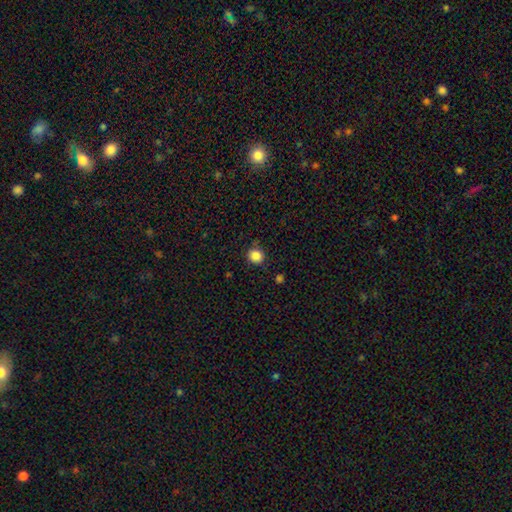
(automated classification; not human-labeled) smooth-or-featured: smooth: 86% | star or artifact: 11% | featured or disk: 3%
  how-rounded: round: 89% | in between: 10% | cigar-shaped: 1%
  merging: none: 86% | minor disturbance: 10% | major disturbance: 3% | merger: 2%